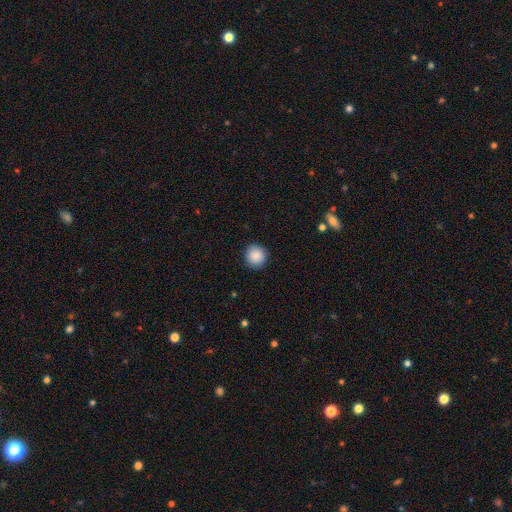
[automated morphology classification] Smooth or featured: smooth — 88% (star or artifact — 8%)
How rounded: round — 95% (in between — 4%)
Merging: none — 91% (minor disturbance — 6%)